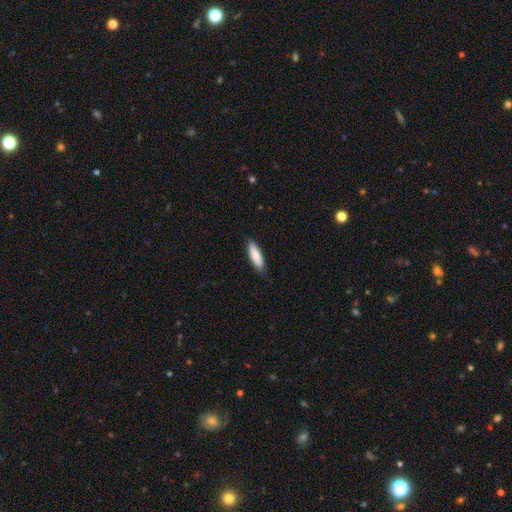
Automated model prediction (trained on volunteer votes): Smooth or featured?
  - smooth: 84% *
  - featured or disk: 11%
  - star or artifact: 6%
How rounded?
  - cigar-shaped: 53% *
  - in between: 46%
  - round: 2%
Merging?
  - none: 86% *
  - minor disturbance: 12%
  - major disturbance: 2%
  - merger: 1%